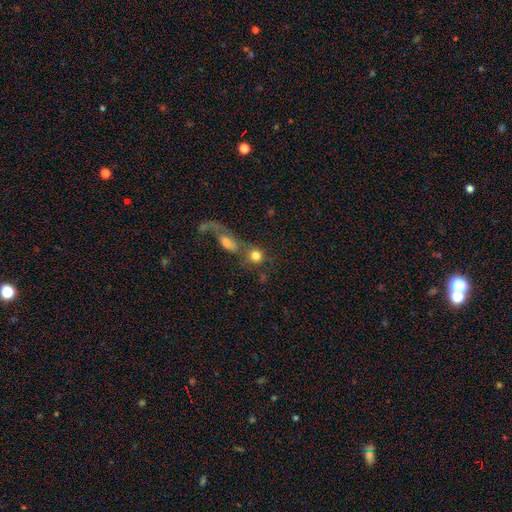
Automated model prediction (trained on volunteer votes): This is likely a smooth galaxy (78%). How rounded: clearly round (83%). Merging: marginally merger (42%).